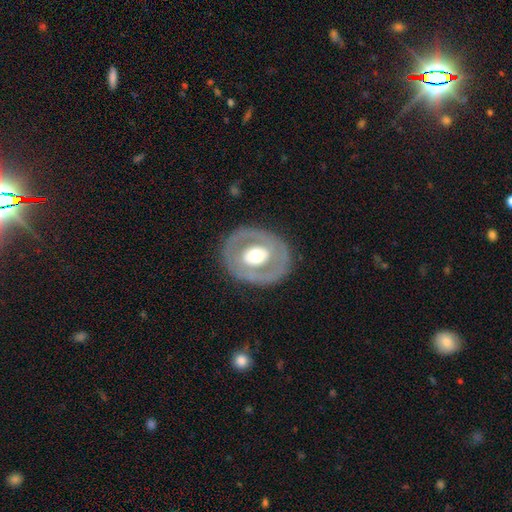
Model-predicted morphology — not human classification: This is likely a featured or disk galaxy (61%). It is clearly not viewed edge-on (95%). Bar: likely no (68%). Spiral arm pattern: clearly no (82%). Central bulge: possibly moderate (56%). Merging: clearly none (82%).